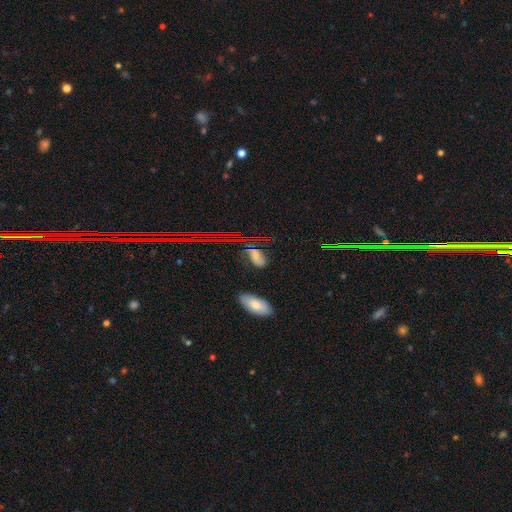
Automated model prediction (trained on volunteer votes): A smooth galaxy with no disk features (48%). Merging: none (65%).